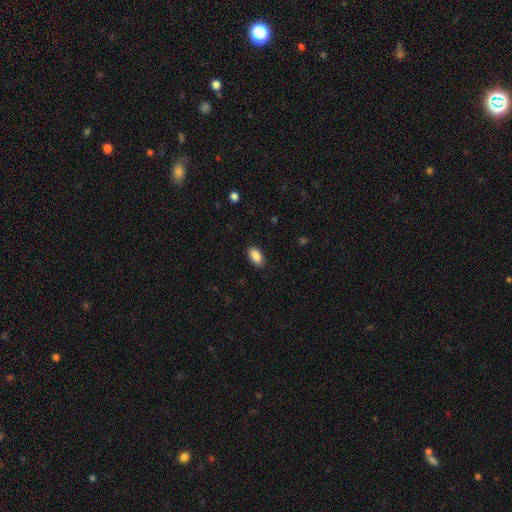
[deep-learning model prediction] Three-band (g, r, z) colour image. It shows a smooth galaxy with no disk features (89%) that is in between round and cigar-shaped (93%). Merging: none (87%).